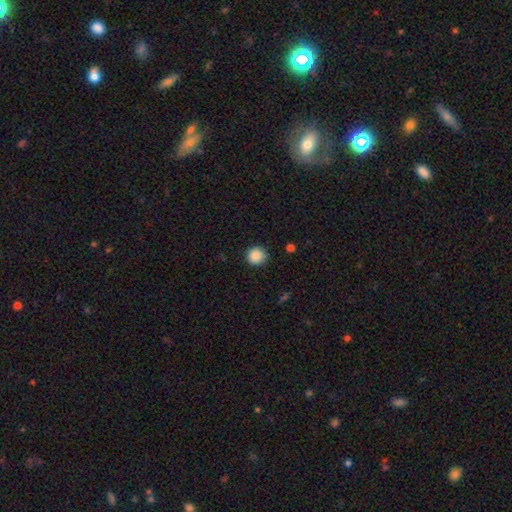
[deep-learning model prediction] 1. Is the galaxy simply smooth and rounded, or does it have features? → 87% smooth, 9% star or artifact, 3% featured or disk.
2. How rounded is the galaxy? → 94% round, 5% in between, 1% cigar-shaped.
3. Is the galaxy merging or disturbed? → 88% none, 9% minor disturbance, 2% major disturbance, 1% merger.